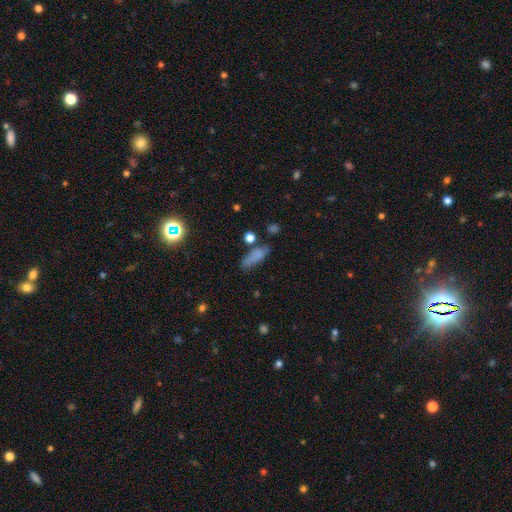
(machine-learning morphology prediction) smooth_or_featured: smooth (p=0.78) [alt: star or artifact p=0.11]
how_rounded: in between (p=0.50) [alt: cigar-shaped p=0.45]
merging: none (p=0.60) [alt: minor disturbance p=0.23]